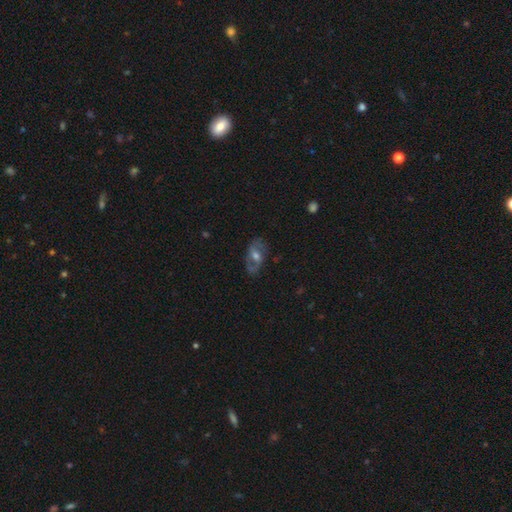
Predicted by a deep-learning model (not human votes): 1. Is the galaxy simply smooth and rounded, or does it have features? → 63% featured or disk, 27% smooth, 10% star or artifact.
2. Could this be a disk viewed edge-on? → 92% no, 8% yes.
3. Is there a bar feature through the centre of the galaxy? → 45% no, 40% weak, 14% strong.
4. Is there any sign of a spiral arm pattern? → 70% yes, 30% no.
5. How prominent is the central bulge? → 67% moderate, 18% small, 12% large, 2% none, 1% dominant.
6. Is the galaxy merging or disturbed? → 76% none, 16% minor disturbance, 6% major disturbance, 2% merger.